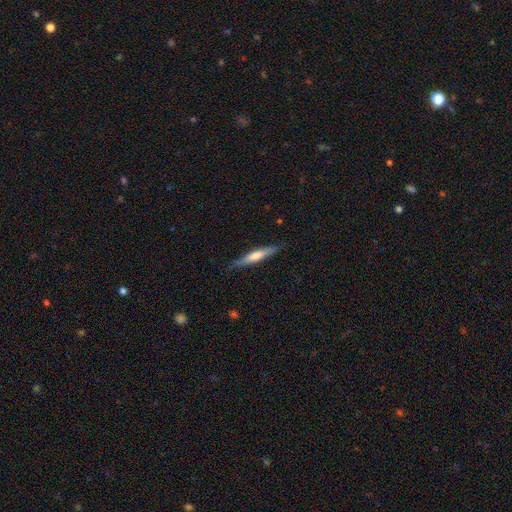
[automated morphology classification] Smooth or featured? smooth (54%)
How rounded? cigar-shaped (90%)
Merging? none (83%)